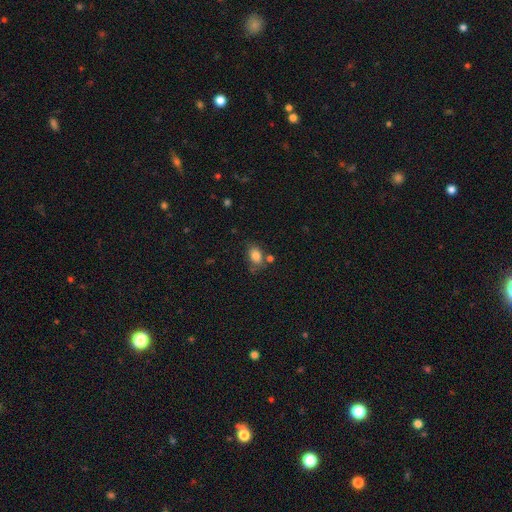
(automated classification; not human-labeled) Smooth or featured? Predicted: smooth (p=0.83). How rounded? Predicted: in between (p=0.79). Merging? Predicted: none (p=0.63).